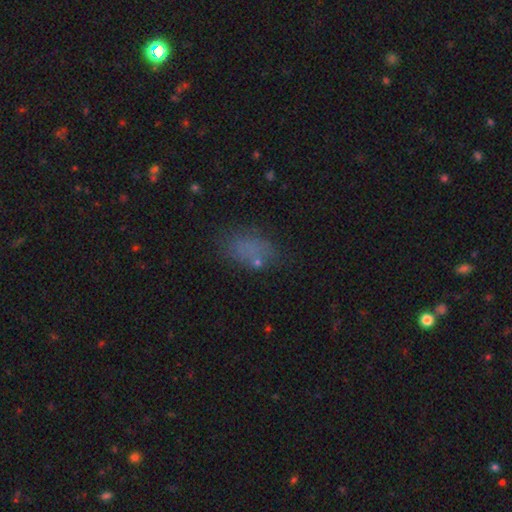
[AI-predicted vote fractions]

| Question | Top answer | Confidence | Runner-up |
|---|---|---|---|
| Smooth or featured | smooth | 69% | star or artifact (18%) |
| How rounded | in between | 87% | round (9%) |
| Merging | none | 62% | minor disturbance (21%) |